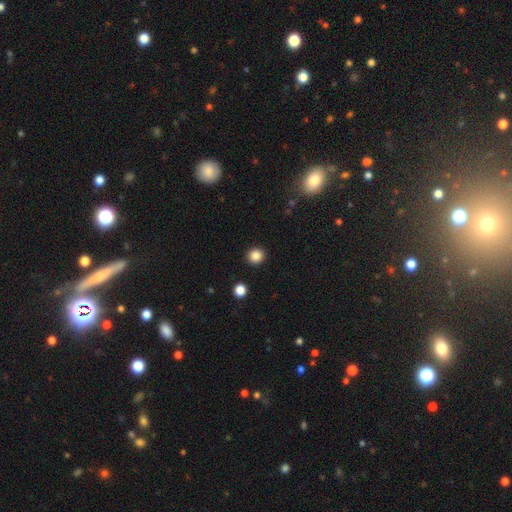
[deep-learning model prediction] smooth 86%, star or artifact 11%, featured or disk 3%. Down the decision tree: how rounded — round (92%); merging — none (92%).